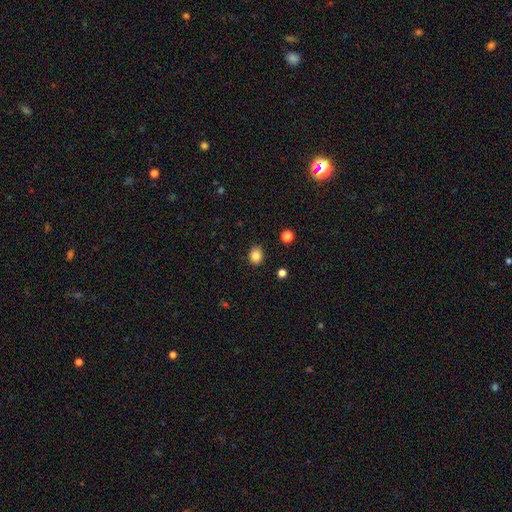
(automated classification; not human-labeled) Morphology: type=smooth (85%); roundness=round (56%); merging=none (88%).